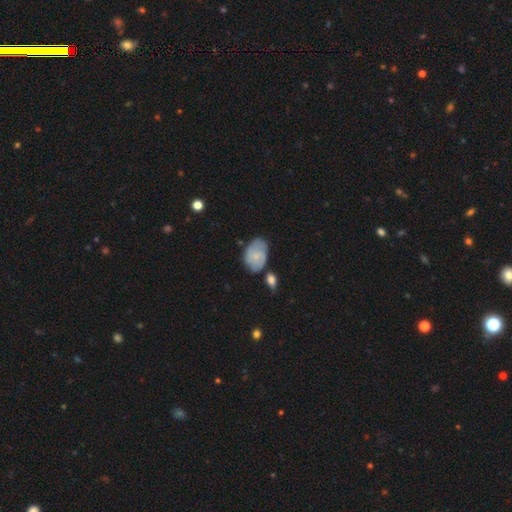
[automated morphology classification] smooth_or_featured: smooth (p=0.60) [alt: featured or disk p=0.33]
how_rounded: in between (p=0.81) [alt: round p=0.17]
merging: none (p=0.51) [alt: minor disturbance p=0.31]